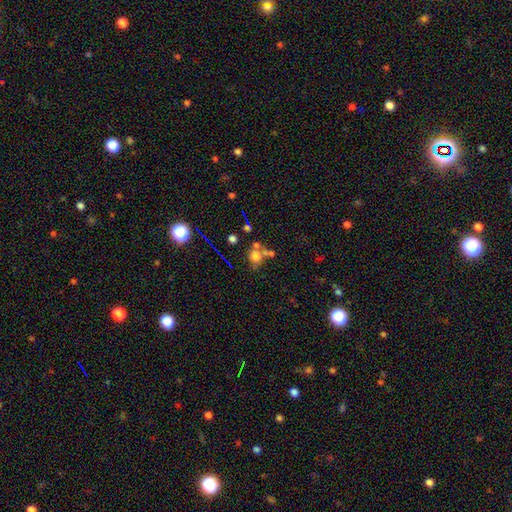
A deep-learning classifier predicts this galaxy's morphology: Smooth or featured: smooth — 64% (star or artifact — 20%)
How rounded: round — 76% (in between — 22%)
Merging: none — 43% (merger — 36%)